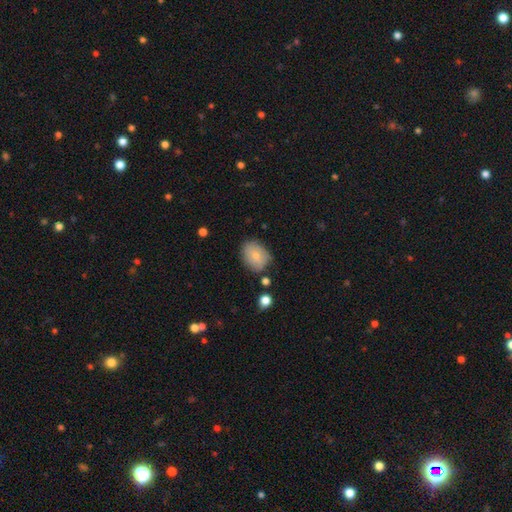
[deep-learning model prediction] A smooth galaxy with no disk features (76%) that is in between round and cigar-shaped (62%).

Vote fractions:
- Smooth or featured? smooth: 76% / featured or disk: 16% / star or artifact: 8%
- How rounded? in between: 62% / round: 37% / cigar-shaped: 1%
- Merging? none: 72% / minor disturbance: 20% / major disturbance: 4% / merger: 4%